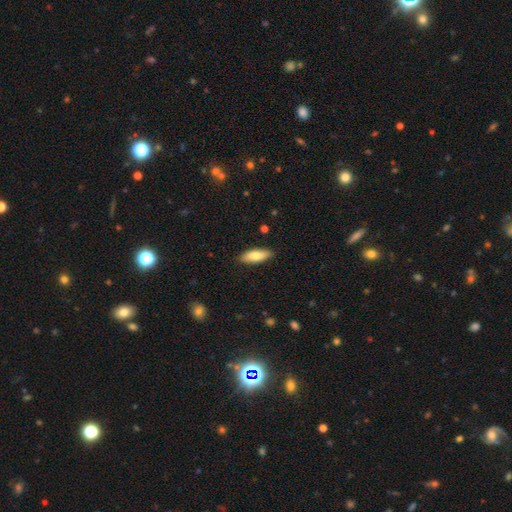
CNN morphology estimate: smooth-or-featured: smooth: 79% | featured or disk: 15% | star or artifact: 6%
  how-rounded: in between: 71% | cigar-shaped: 27% | round: 2%
  merging: none: 87% | minor disturbance: 10% | major disturbance: 2% | merger: 1%